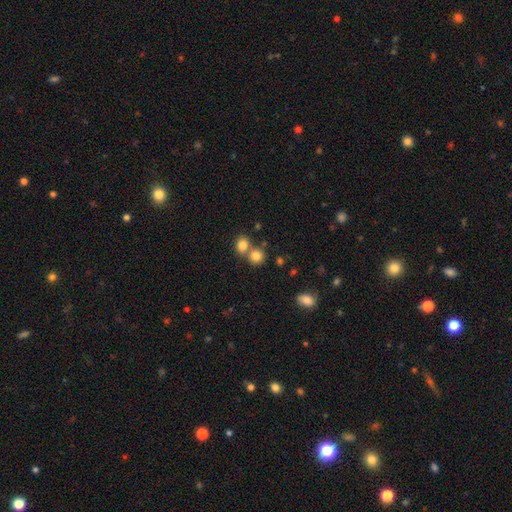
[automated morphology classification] A smooth galaxy with no disk features (81%) that is round (83%). Merging: none (51%).